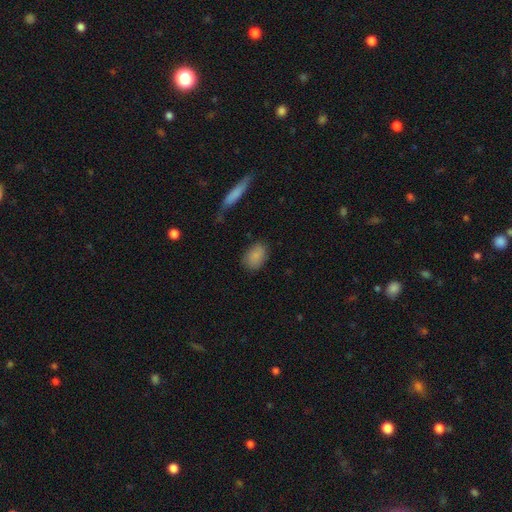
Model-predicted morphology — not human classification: smooth-or-featured: smooth: 84% | featured or disk: 8% | star or artifact: 8%
  how-rounded: in between: 79% | round: 19% | cigar-shaped: 2%
  merging: none: 78% | minor disturbance: 16% | major disturbance: 4% | merger: 2%